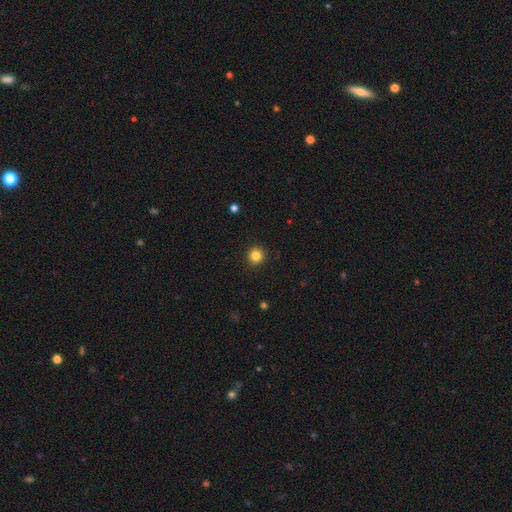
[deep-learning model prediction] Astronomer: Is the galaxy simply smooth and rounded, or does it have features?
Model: smooth — 84%.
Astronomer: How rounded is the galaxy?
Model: round — 95%.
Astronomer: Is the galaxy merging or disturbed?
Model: none — 93%.